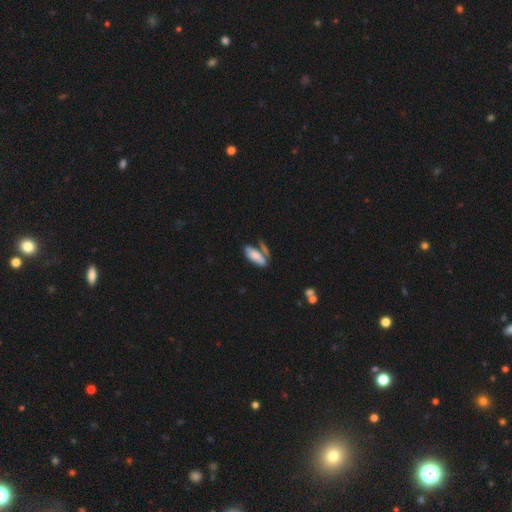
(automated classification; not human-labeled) Smooth or featured? Predicted: smooth (p=0.75). How rounded? Predicted: in between (p=0.76). Merging? Predicted: none (p=0.46).